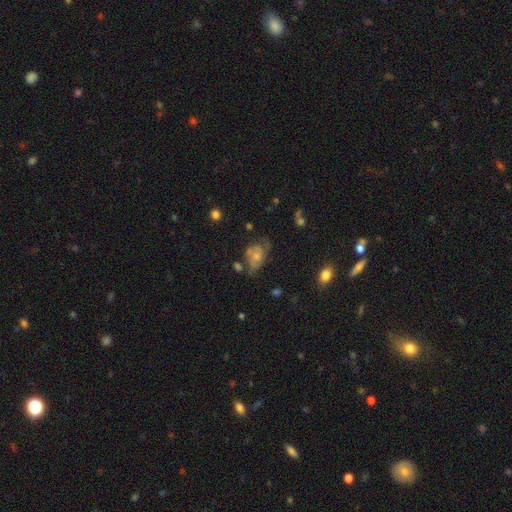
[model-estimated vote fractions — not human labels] This appears to be a smooth galaxy with no disk features (47%). Merging: none (32%).